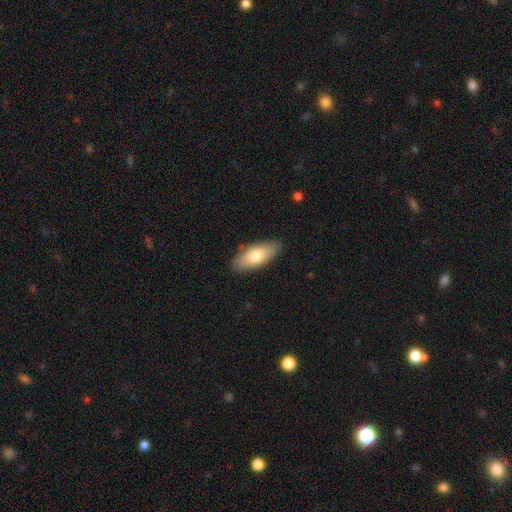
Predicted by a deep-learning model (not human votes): Smooth or featured?
  - smooth: 74% *
  - featured or disk: 20%
  - star or artifact: 6%
How rounded?
  - in between: 76% *
  - cigar-shaped: 22%
  - round: 2%
Merging?
  - none: 87% *
  - minor disturbance: 10%
  - major disturbance: 2%
  - merger: 1%